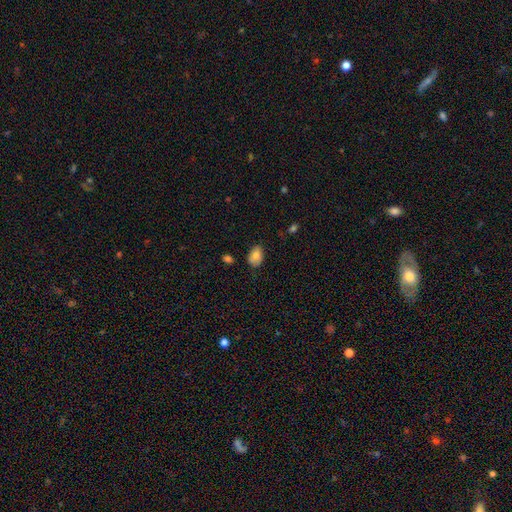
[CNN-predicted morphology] A smooth galaxy with no disk features (76%) that is in between round and cigar-shaped (84%).

Vote fractions:
- Smooth or featured? smooth: 76% / featured or disk: 16% / star or artifact: 8%
- How rounded? in between: 84% / round: 15% / cigar-shaped: 1%
- Merging? none: 71% / minor disturbance: 24% / major disturbance: 4% / merger: 2%